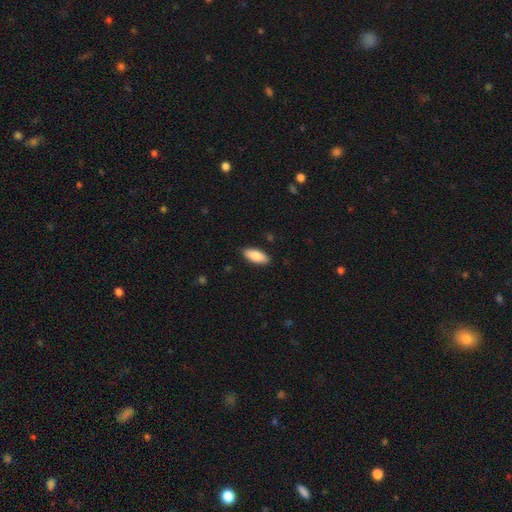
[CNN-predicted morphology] A smooth galaxy with no disk features (86%) that is in between round and cigar-shaped (85%).

Vote fractions:
- Smooth or featured? smooth: 86% / featured or disk: 8% / star or artifact: 6%
- How rounded? in between: 85% / cigar-shaped: 14% / round: 2%
- Merging? none: 88% / minor disturbance: 9% / major disturbance: 2% / merger: 1%